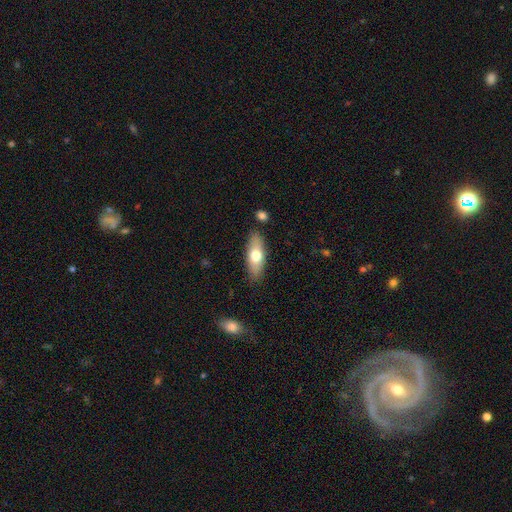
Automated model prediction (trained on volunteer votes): This is likely a smooth galaxy (65%). How rounded: likely in between (68%). Merging: clearly none (85%).